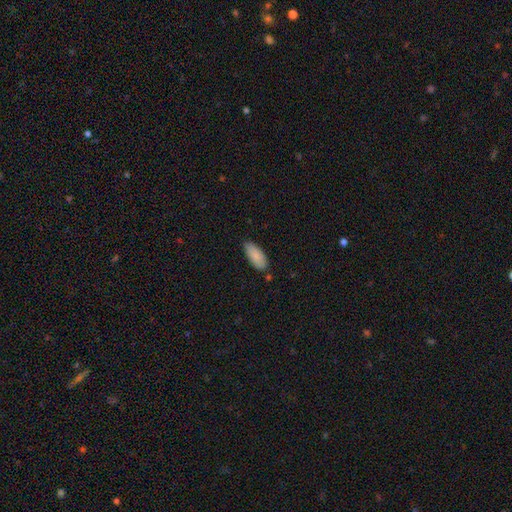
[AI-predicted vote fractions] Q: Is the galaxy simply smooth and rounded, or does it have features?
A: smooth — 86%.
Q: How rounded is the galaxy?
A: in between — 86%.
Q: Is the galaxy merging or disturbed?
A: none — 78%.